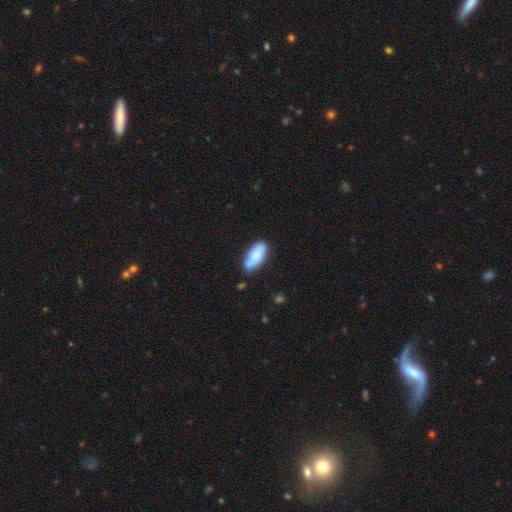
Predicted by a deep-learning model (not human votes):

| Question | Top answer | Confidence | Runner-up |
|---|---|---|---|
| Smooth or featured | smooth | 79% | featured or disk (15%) |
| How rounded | in between | 82% | cigar-shaped (16%) |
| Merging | none | 69% | minor disturbance (20%) |